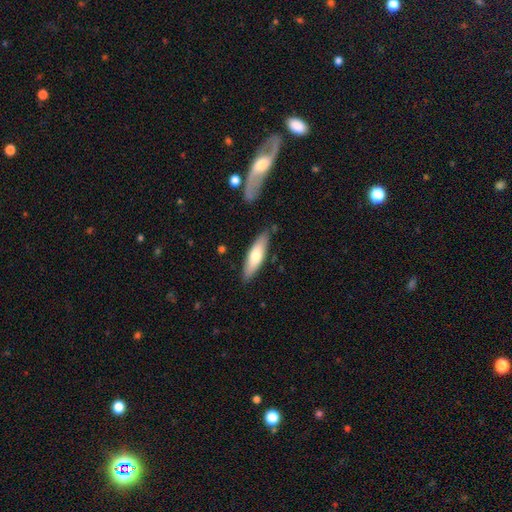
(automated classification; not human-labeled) Smooth or featured?
  - smooth: 64% *
  - featured or disk: 31%
  - star or artifact: 6%
How rounded?
  - cigar-shaped: 59% *
  - in between: 40%
  - round: 2%
Merging?
  - none: 83% *
  - minor disturbance: 12%
  - merger: 2%
  - major disturbance: 2%